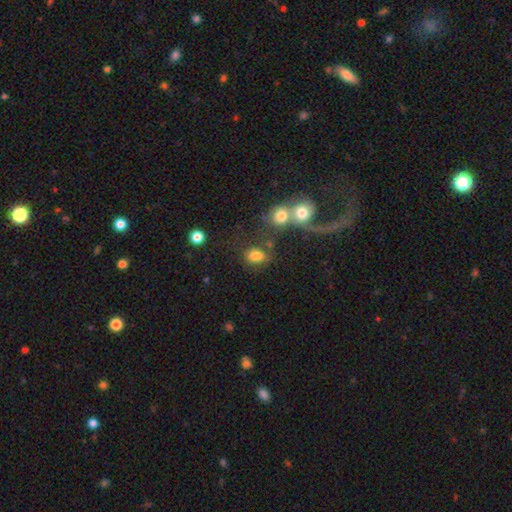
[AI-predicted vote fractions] smooth-or-featured: smooth: 78% | star or artifact: 12% | featured or disk: 11%
  how-rounded: in between: 64% | round: 34% | cigar-shaped: 2%
  merging: none: 44% | merger: 30% | minor disturbance: 14% | major disturbance: 12%